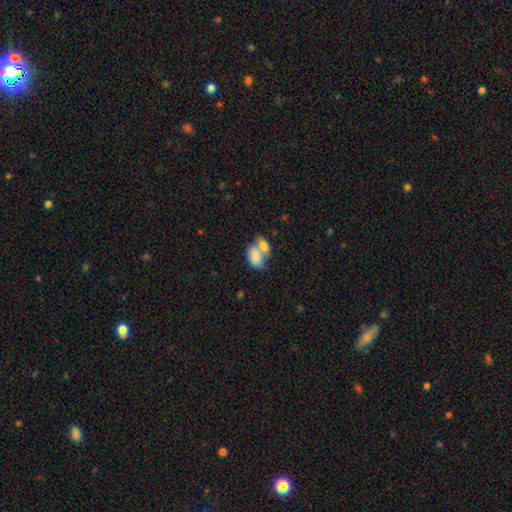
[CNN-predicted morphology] smooth 80%, featured or disk 13%, star or artifact 7%. Down the decision tree: how rounded — in between (89%); merging — merger (65%).